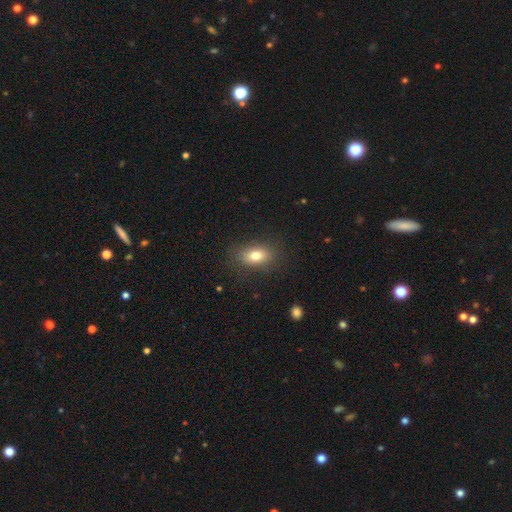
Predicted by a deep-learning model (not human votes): The model was most divided on "smooth or featured": smooth: 79%, featured or disk: 11%, star or artifact: 10%. More confident: merging — none (83%); how rounded — in between (83%).